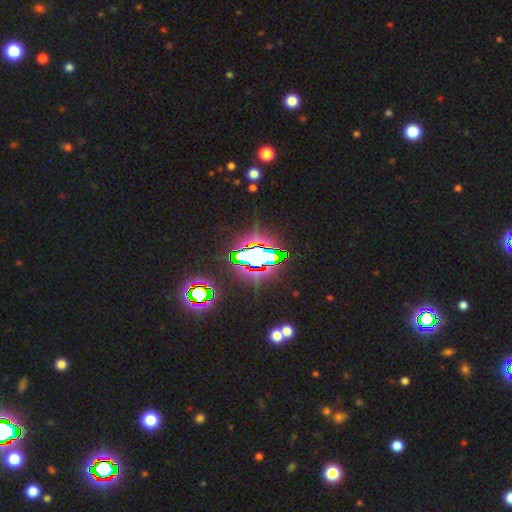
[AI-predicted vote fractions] Smooth or featured? star or artifact (73%)